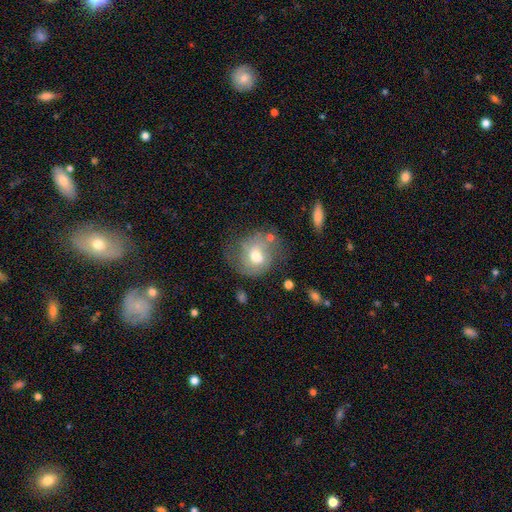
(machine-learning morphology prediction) The model was most divided on "smooth or featured": smooth: 48%, featured or disk: 42%, star or artifact: 9%. More confident: merging — none (52%).